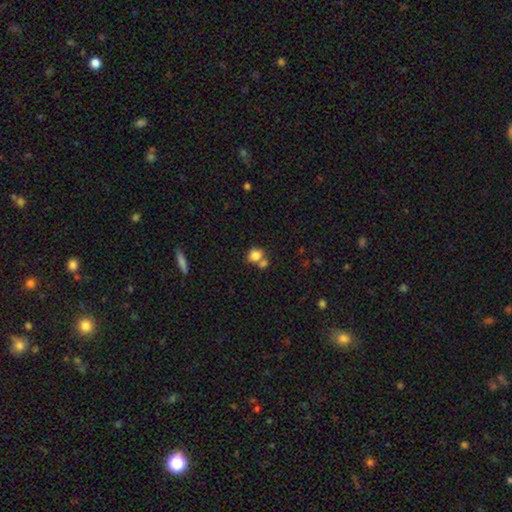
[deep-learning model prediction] Overall: smooth (81%). How rounded: round (53%; in between 45%). Merging: none (43%; merger 42%).